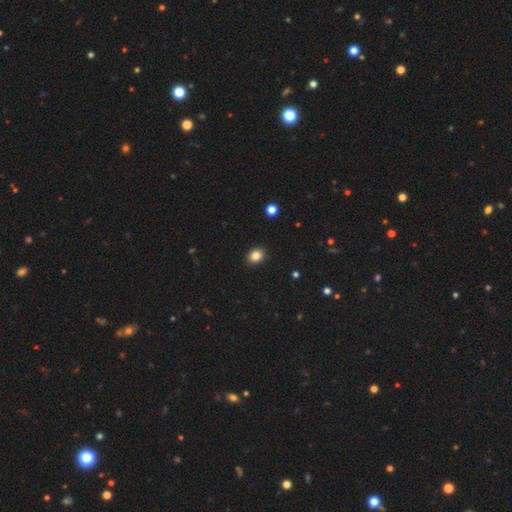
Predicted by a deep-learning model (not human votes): Smooth or featured? Predicted: smooth (p=0.85). How rounded? Predicted: in between (p=0.52). Merging? Predicted: none (p=0.91).